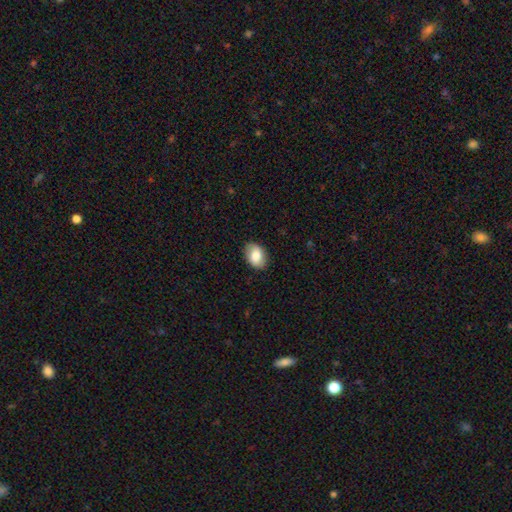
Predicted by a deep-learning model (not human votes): Morphology: type=smooth (81%); roundness=in between (84%); merging=none (86%).